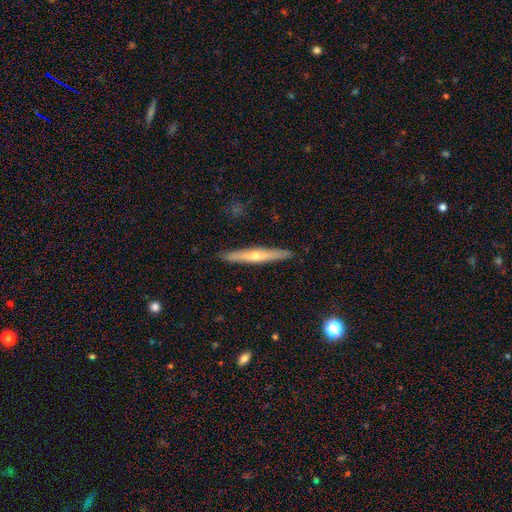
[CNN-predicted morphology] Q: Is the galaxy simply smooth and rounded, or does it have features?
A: featured or disk — 60%.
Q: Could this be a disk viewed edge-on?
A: yes — 95%.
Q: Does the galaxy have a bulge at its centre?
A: rounded — 79%.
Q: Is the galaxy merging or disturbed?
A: none — 91%.